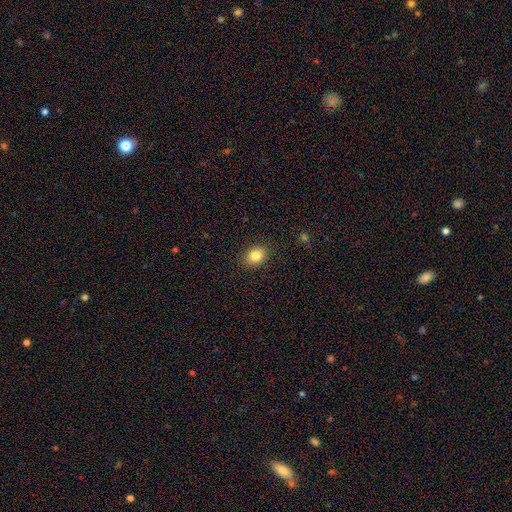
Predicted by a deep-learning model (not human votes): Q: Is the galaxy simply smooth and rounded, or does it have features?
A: smooth — 83%.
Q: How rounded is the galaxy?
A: in between — 54%.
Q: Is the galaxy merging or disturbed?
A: none — 88%.